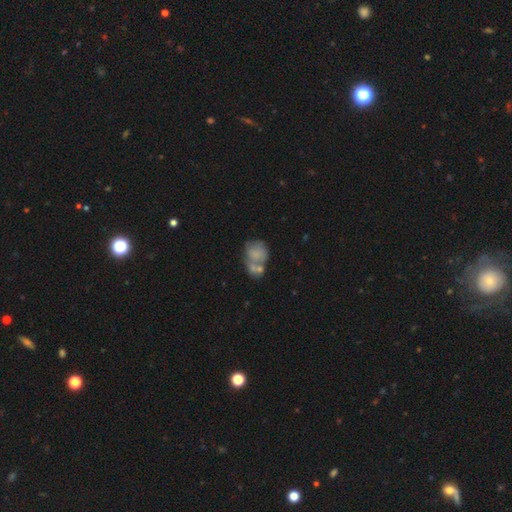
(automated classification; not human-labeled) Smooth or featured: smooth — 59% (featured or disk — 30%)
How rounded: in between — 55% (round — 43%)
Merging: merger — 57% (none — 21%)